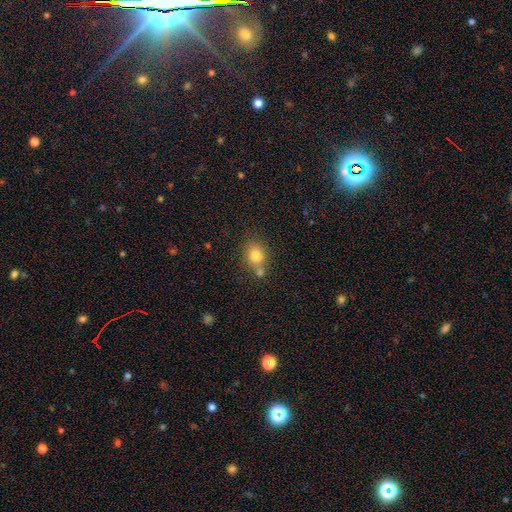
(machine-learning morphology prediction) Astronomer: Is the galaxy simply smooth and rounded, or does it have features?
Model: smooth — 79%.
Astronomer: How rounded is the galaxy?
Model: round — 61% (runner-up: in between, 38%).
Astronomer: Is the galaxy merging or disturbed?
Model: none — 54%.